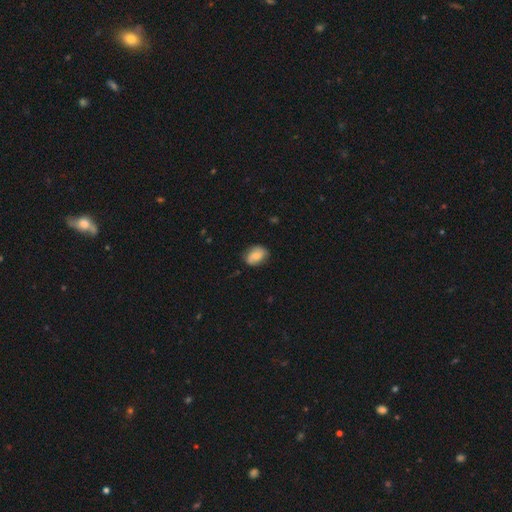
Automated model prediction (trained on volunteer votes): smooth 71%, featured or disk 21%, star or artifact 8%. Down the decision tree: how rounded — in between (75%); merging — none (74%).